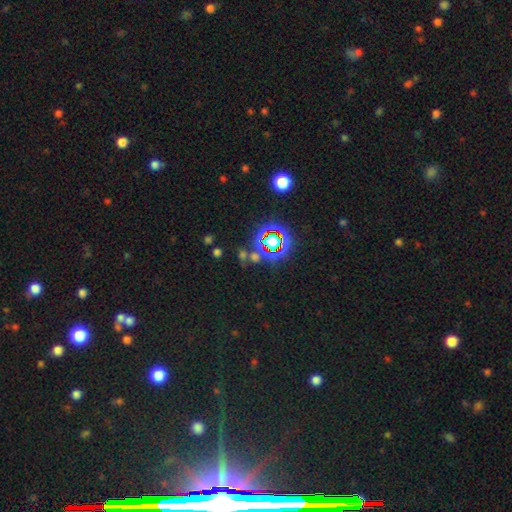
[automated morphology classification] smooth-or-featured: star or artifact: 73% | smooth: 18% | featured or disk: 10%